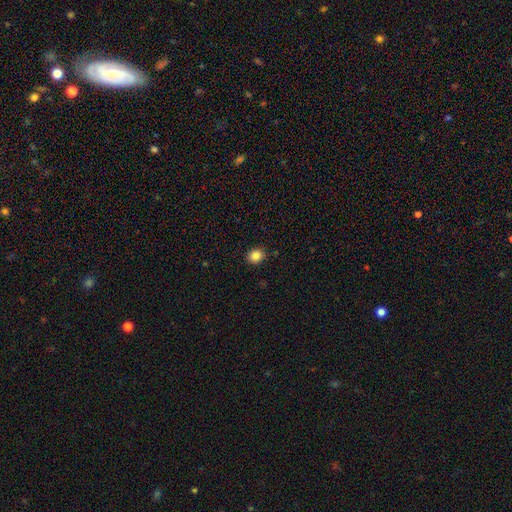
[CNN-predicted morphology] Smooth or featured?
  - smooth: 85% *
  - star or artifact: 11%
  - featured or disk: 5%
How rounded?
  - round: 74% *
  - in between: 25%
  - cigar-shaped: 1%
Merging?
  - none: 89% *
  - minor disturbance: 7%
  - major disturbance: 2%
  - merger: 1%